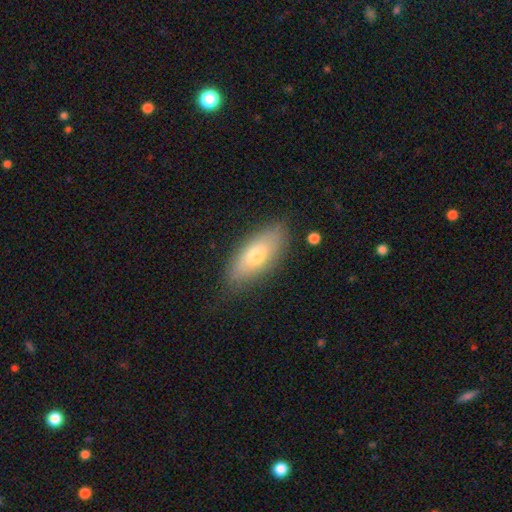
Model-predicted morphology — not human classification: Q: Smooth or featured?
A: smooth (67%); runner-up: featured or disk (26%)
Q: How rounded?
A: in between (80%); runner-up: cigar-shaped (17%)
Q: Merging?
A: none (80%); runner-up: minor disturbance (15%)